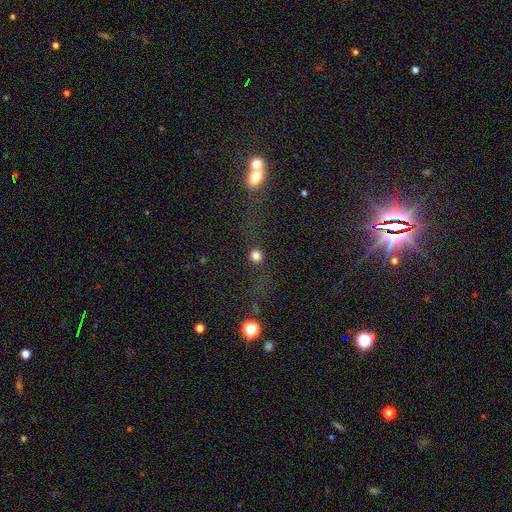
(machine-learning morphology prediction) Smooth or featured? smooth (72%)
How rounded? round (89%)
Merging? none (79%)